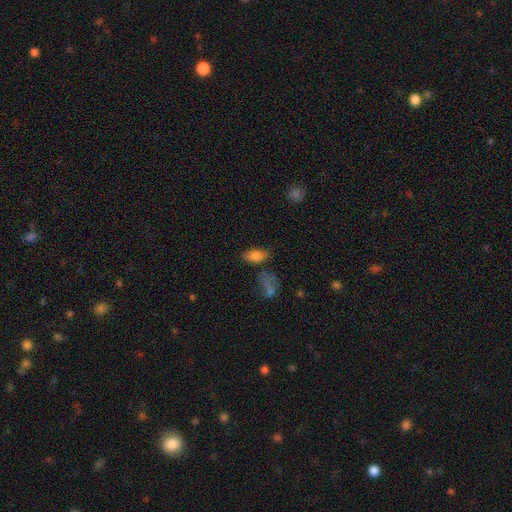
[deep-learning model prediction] Smooth or featured?
  - smooth: 79% *
  - featured or disk: 11%
  - star or artifact: 10%
How rounded?
  - in between: 88% *
  - cigar-shaped: 6%
  - round: 5%
Merging?
  - none: 60% *
  - minor disturbance: 19%
  - merger: 11%
  - major disturbance: 10%